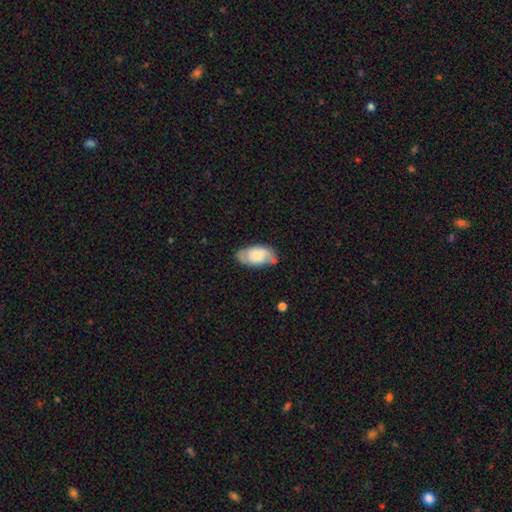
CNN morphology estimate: This appears to be a smooth galaxy with no disk features (53%) that is in between round and cigar-shaped (94%). Merging: none (69%).